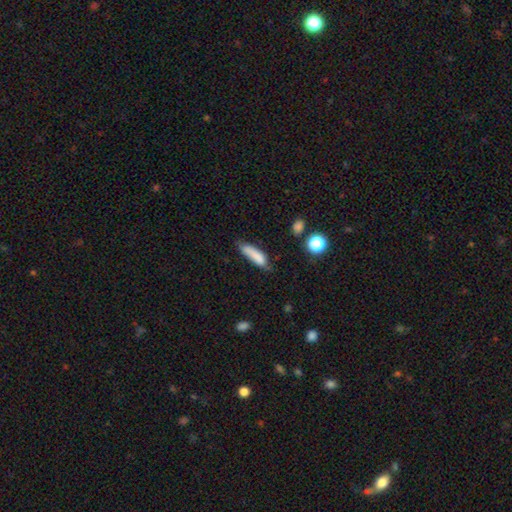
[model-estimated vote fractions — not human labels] smooth-or-featured: smooth: 82% | featured or disk: 11% | star or artifact: 8%
  how-rounded: cigar-shaped: 60% | in between: 38% | round: 2%
  merging: none: 54% | minor disturbance: 33% | major disturbance: 9% | merger: 4%